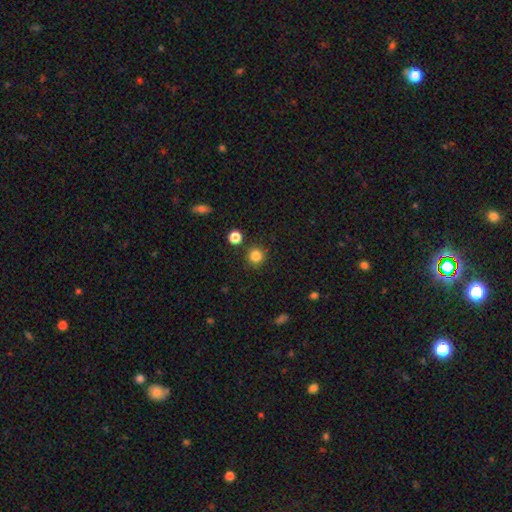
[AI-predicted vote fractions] Smooth or featured? Predicted: smooth (p=0.85). How rounded? Predicted: round (p=0.94). Merging? Predicted: none (p=0.89).